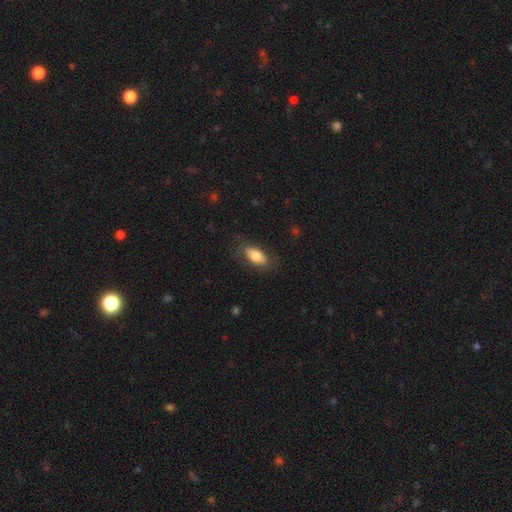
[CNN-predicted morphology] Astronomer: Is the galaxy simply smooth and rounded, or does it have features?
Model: smooth — 76%.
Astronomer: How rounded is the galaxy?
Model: in between — 87%.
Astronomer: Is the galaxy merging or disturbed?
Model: none — 77%.